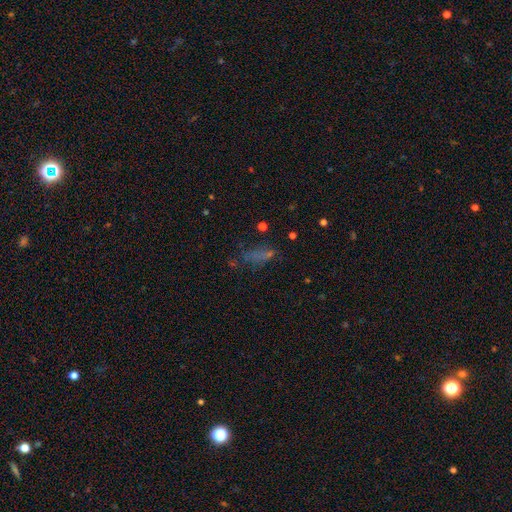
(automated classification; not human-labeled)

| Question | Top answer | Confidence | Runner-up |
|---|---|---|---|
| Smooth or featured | smooth | 50% | star or artifact (30%) |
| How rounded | in between | 52% | cigar-shaped (41%) |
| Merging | none | 52% | major disturbance (21%) |